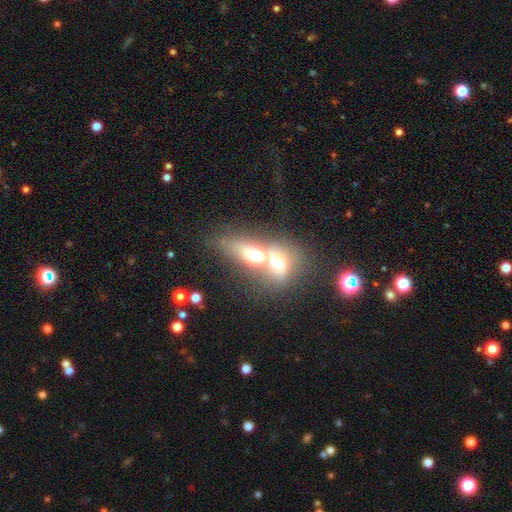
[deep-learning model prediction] smooth_or_featured: smooth (p=0.57) [alt: featured or disk p=0.33]
how_rounded: in between (p=0.64) [alt: round p=0.24]
merging: merger (p=0.74) [alt: none p=0.15]